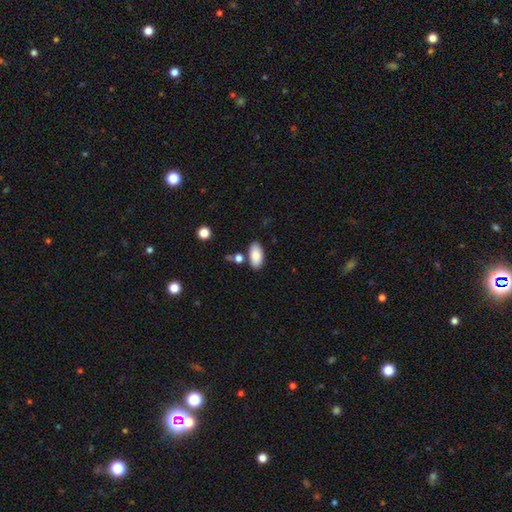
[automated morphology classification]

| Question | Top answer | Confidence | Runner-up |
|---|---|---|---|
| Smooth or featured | smooth | 85% | featured or disk (8%) |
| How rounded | in between | 94% | cigar-shaped (3%) |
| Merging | none | 80% | minor disturbance (10%) |